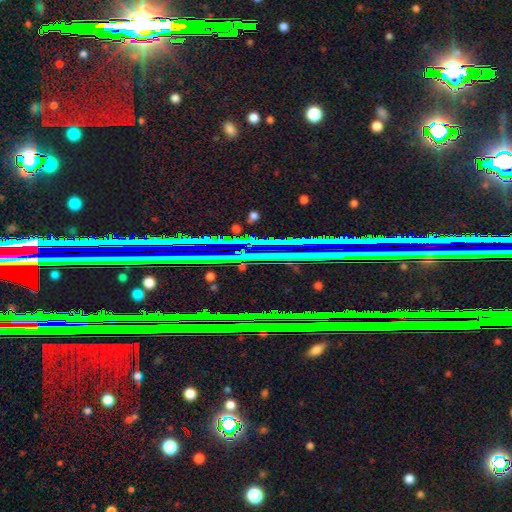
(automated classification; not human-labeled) This is likely a star or artifact rather than a galaxy (77%).